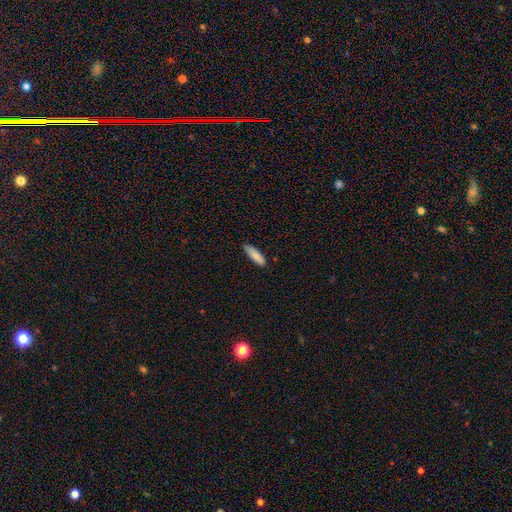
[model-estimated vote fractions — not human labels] Morphology: type=smooth (87%); roundness=cigar-shaped (61%); merging=none (83%).